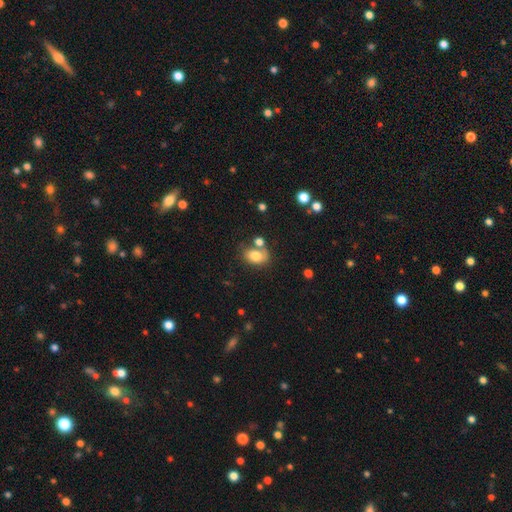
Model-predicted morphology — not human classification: type=smooth (77%); roundness=in between (75%); merging=none (47%).